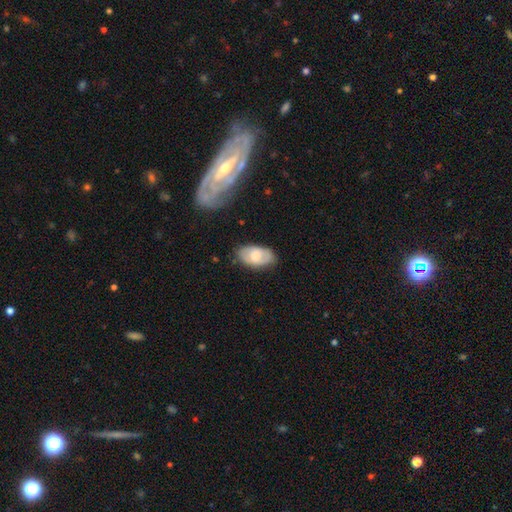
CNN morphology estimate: Overall: smooth (61%; featured or disk 33%). How rounded: in between (94%). Merging: none (77%).